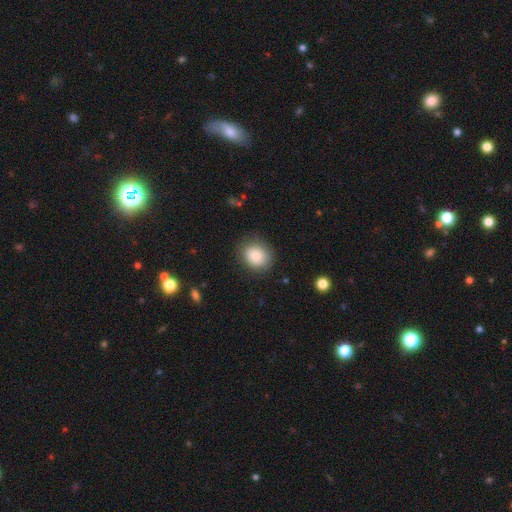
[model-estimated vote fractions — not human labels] Morphology: type=smooth (81%); roundness=round (68%); merging=none (81%).